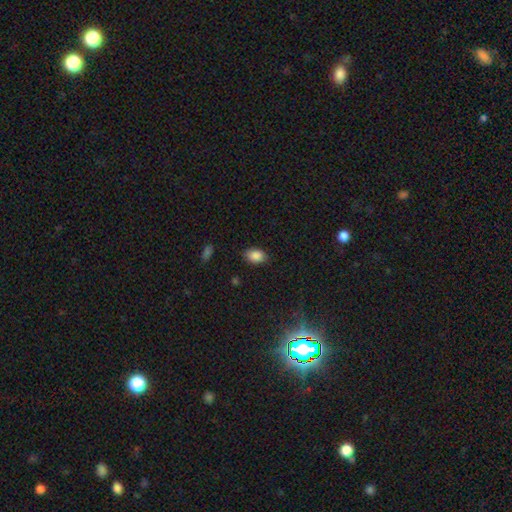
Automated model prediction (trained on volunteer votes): Smooth or featured: smooth — 86% (star or artifact — 9%)
How rounded: in between — 86% (round — 13%)
Merging: none — 83% (minor disturbance — 13%)